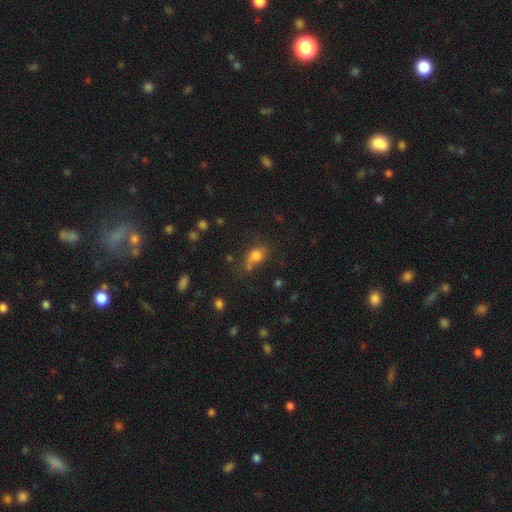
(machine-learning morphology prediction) type=smooth (73%); roundness=in between (62%); merging=none (47%).